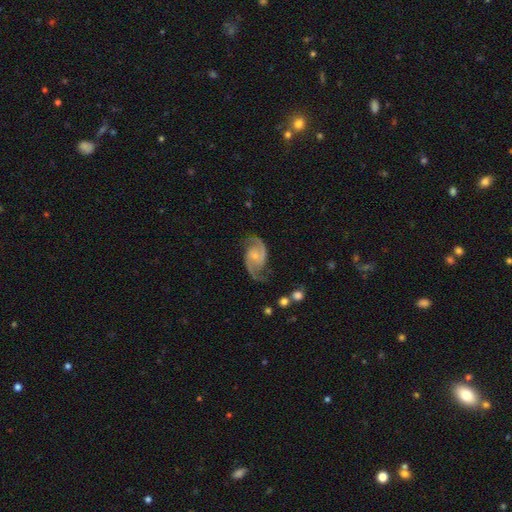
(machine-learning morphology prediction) This appears to be a featured or disk galaxy (91%) with no bar (56%), 2 (93%) medium (57%) spiral arms (98%) and a small central bulge (64%). Merging: none (75%).